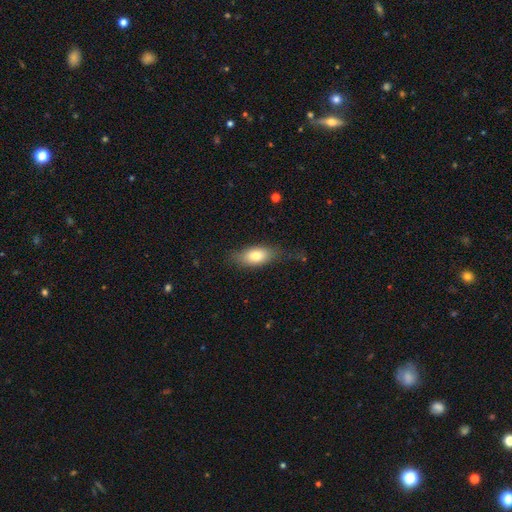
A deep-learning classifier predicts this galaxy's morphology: Q: Smooth or featured?
A: smooth (77%); runner-up: featured or disk (15%)
Q: How rounded?
A: in between (86%); runner-up: cigar-shaped (9%)
Q: Merging?
A: none (61%); runner-up: minor disturbance (25%)